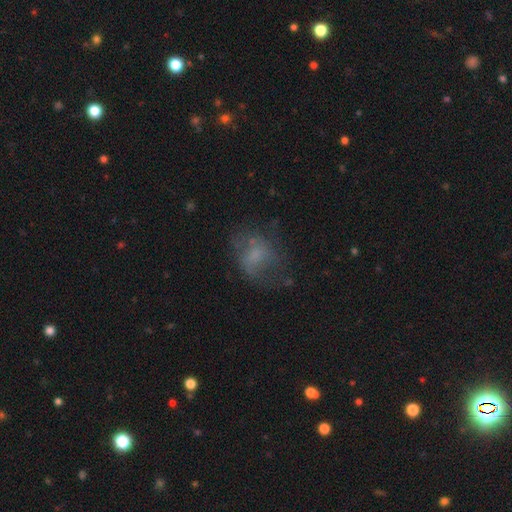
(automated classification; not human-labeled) The model was most divided on "smooth or featured": smooth: 49%, featured or disk: 37%, star or artifact: 15%. Remaining: merging — none (43%).